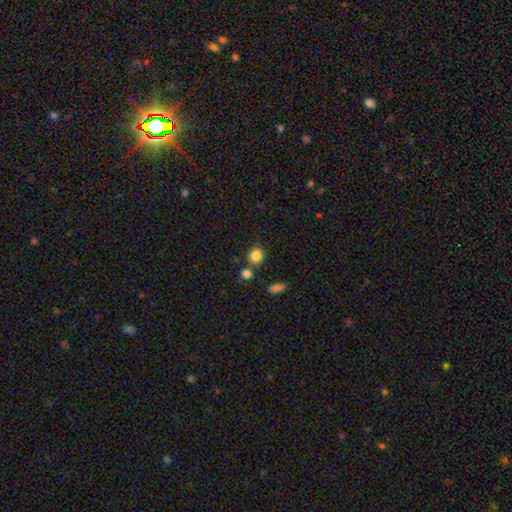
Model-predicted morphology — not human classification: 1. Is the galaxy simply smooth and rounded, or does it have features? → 84% smooth, 10% star or artifact, 5% featured or disk.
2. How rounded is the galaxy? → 78% round, 21% in between, 1% cigar-shaped.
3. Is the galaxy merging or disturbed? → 72% none, 15% merger, 10% minor disturbance, 3% major disturbance.